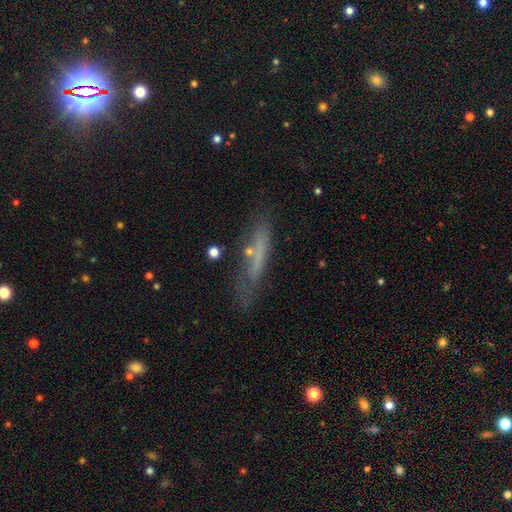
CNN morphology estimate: A smooth galaxy with no disk features (50%) that is cigar-shaped (83%).

Vote fractions:
- Smooth or featured? smooth: 50% / featured or disk: 36% / star or artifact: 14%
- How rounded? cigar-shaped: 83% / in between: 14% / round: 2%
- Merging? none: 63% / minor disturbance: 22% / major disturbance: 10% / merger: 4%